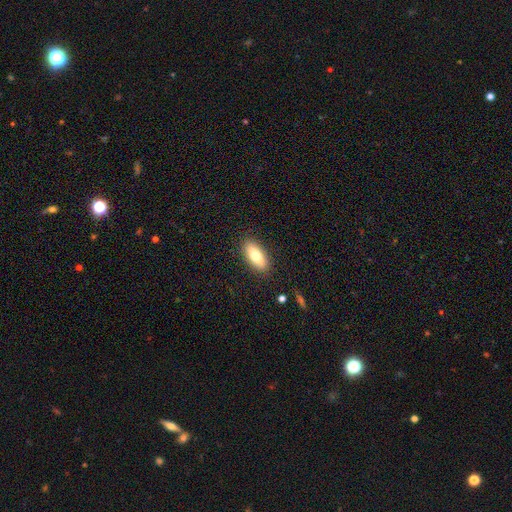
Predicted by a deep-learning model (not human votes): Smooth or featured? smooth (74%)
How rounded? in between (77%)
Merging? none (88%)